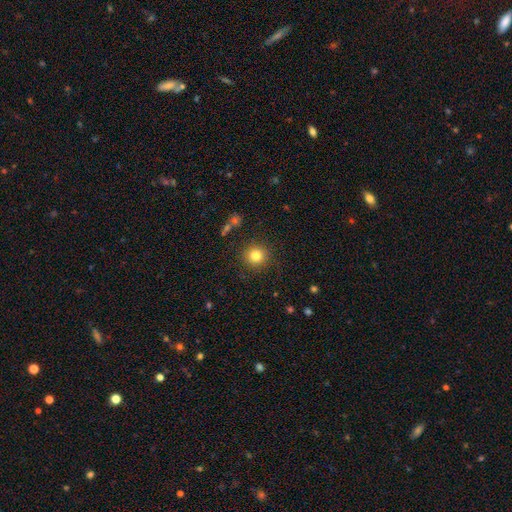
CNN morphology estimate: Smooth or featured: smooth — 81% (star or artifact — 12%)
How rounded: round — 93% (in between — 6%)
Merging: none — 89% (minor disturbance — 7%)